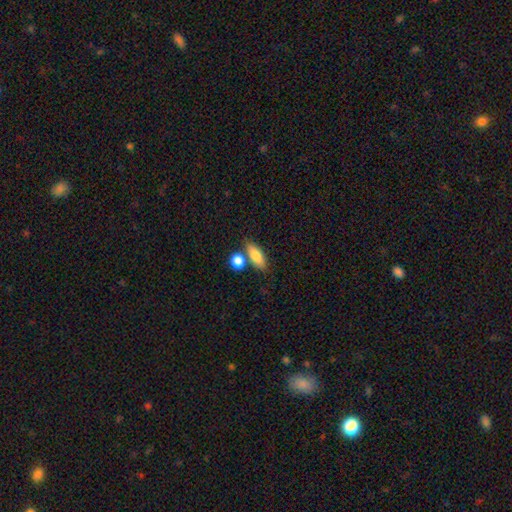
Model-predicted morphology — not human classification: This appears to be a smooth galaxy with no disk features (80%) that is in between round and cigar-shaped (72%). Merging: none (66%).